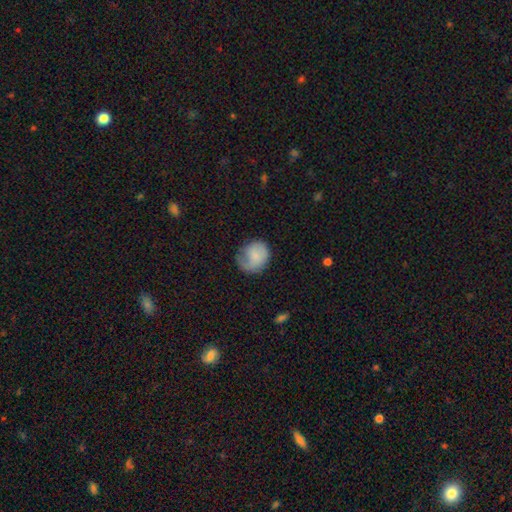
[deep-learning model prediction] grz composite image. It shows a smooth galaxy with no disk features (68%) that is round (72%). Merging: none (48%).